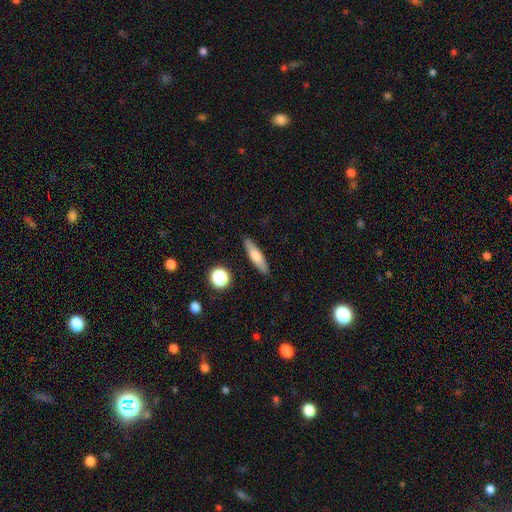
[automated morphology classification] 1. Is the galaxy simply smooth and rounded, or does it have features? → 69% smooth, 24% featured or disk, 8% star or artifact.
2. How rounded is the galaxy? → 75% cigar-shaped, 22% in between, 3% round.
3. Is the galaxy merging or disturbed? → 88% none, 8% minor disturbance, 2% major disturbance, 2% merger.